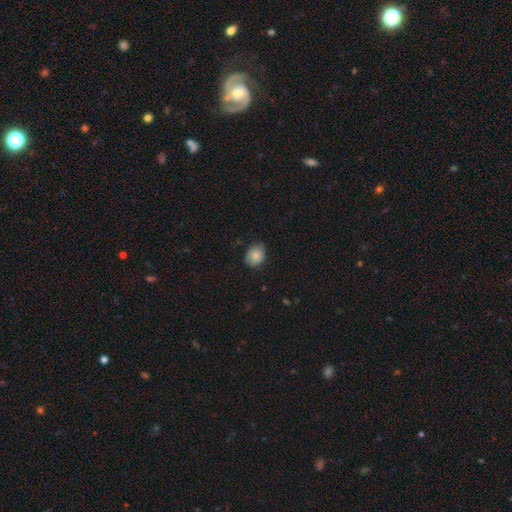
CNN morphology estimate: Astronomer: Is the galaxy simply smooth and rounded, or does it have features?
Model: smooth — 84%.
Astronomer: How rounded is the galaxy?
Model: round — 60% (runner-up: in between, 39%).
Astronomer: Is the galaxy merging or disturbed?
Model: none — 70%.